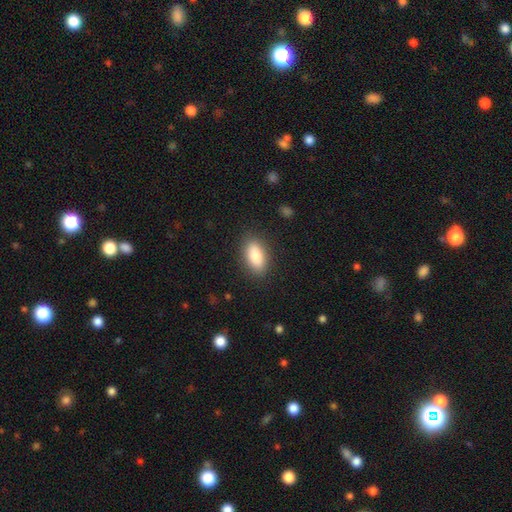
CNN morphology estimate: smooth-or-featured: smooth: 84% | featured or disk: 9% | star or artifact: 7%
  how-rounded: in between: 88% | cigar-shaped: 8% | round: 4%
  merging: none: 86% | minor disturbance: 10% | major disturbance: 3% | merger: 1%